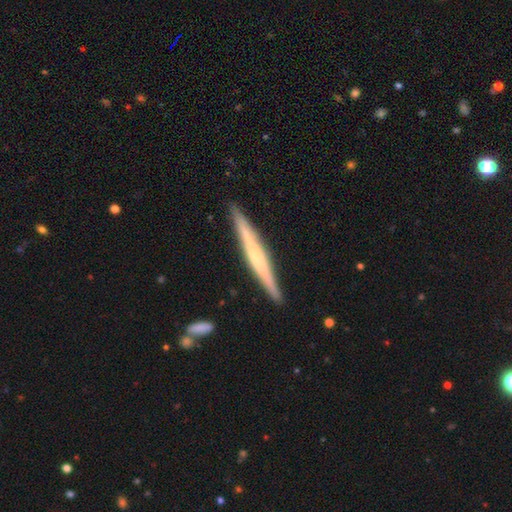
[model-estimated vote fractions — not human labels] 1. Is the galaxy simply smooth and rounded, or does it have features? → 57% featured or disk, 37% smooth, 5% star or artifact.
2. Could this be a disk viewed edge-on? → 97% yes, 3% no.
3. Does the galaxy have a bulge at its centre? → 58% none, 26% rounded, 16% boxy.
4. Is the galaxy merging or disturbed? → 90% none, 7% minor disturbance, 1% major disturbance, 1% merger.